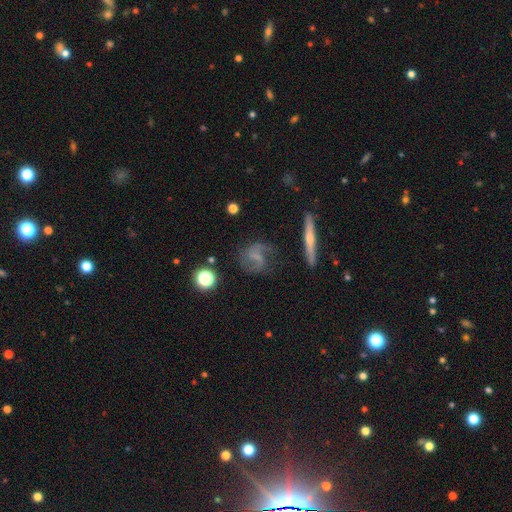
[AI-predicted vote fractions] This is likely a featured or disk galaxy (72%). It is clearly not viewed edge-on (94%). Bar: marginally weak (40%, tied with no). Spiral arm pattern: clearly yes (91%). Spiral arm count: clearly 2 (88%). Spiral winding: possibly loose (47%). Central bulge: possibly none (55%). Merging: likely none (67%).